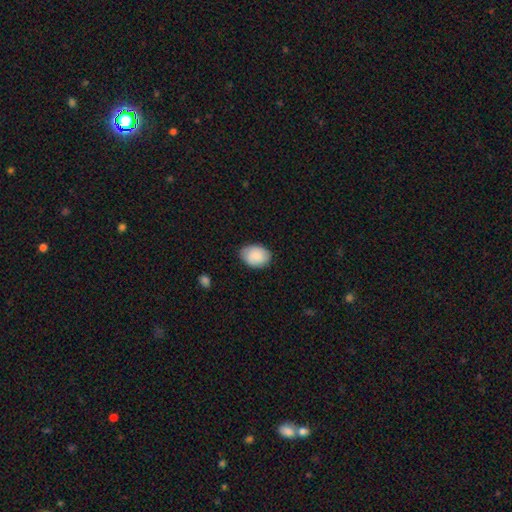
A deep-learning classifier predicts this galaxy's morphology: Smooth or featured? smooth (85%)
How rounded? in between (73%)
Merging? none (79%)